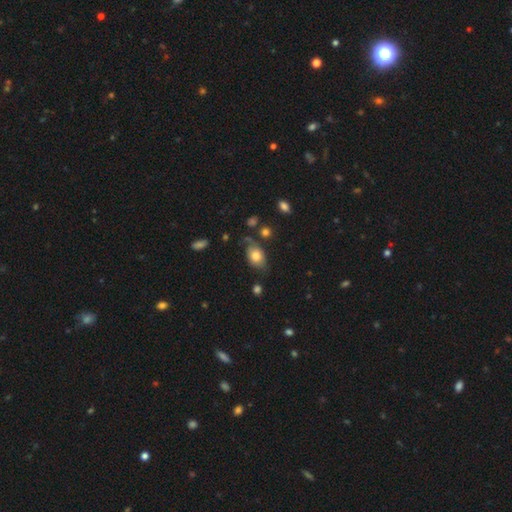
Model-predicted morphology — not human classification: smooth-or-featured: smooth: 74% | featured or disk: 18% | star or artifact: 8%
  how-rounded: in between: 81% | round: 17% | cigar-shaped: 2%
  merging: none: 57% | minor disturbance: 28% | major disturbance: 11% | merger: 5%